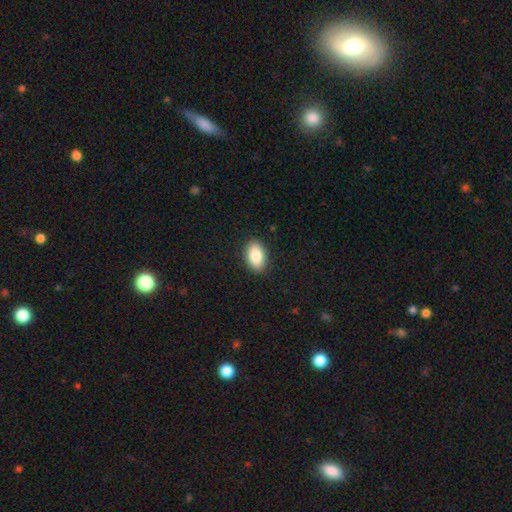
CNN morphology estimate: Overall: smooth (87%). How rounded: in between (92%). Merging: none (89%).